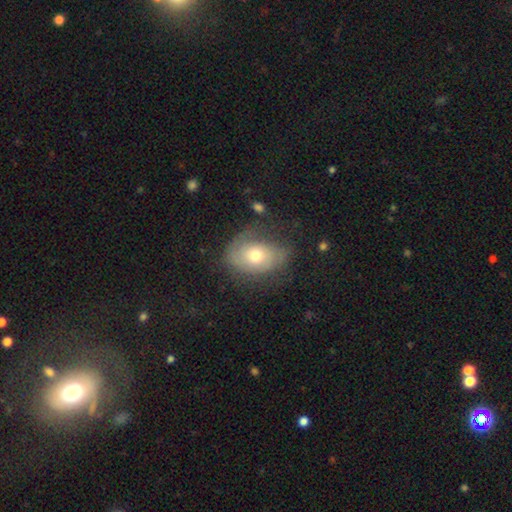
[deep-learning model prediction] A smooth galaxy with no disk features (55%) that is in between round and cigar-shaped (72%). Merging: none (54%).